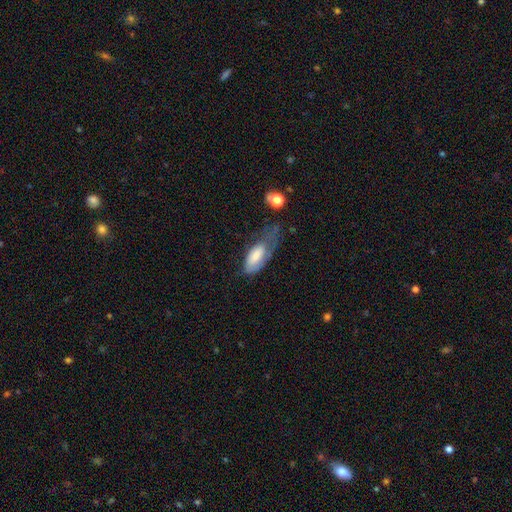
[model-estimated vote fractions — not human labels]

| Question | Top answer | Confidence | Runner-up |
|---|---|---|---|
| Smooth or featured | smooth | 57% | featured or disk (35%) |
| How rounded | in between | 84% | cigar-shaped (14%) |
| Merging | major disturbance | 43% | minor disturbance (30%) |